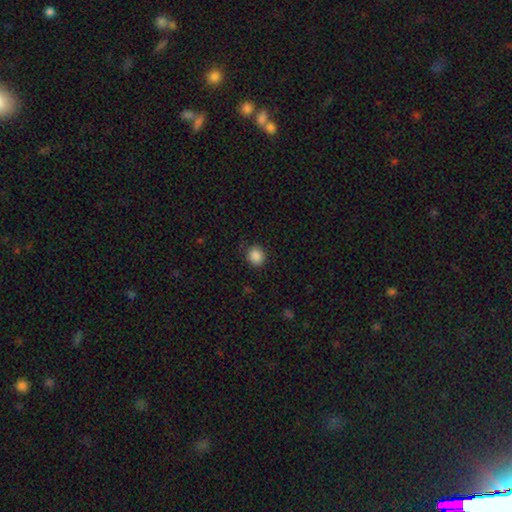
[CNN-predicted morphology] A smooth galaxy with no disk features (87%) that is round (82%).

Vote fractions:
- Smooth or featured? smooth: 87% / star or artifact: 9% / featured or disk: 3%
- How rounded? round: 82% / in between: 17% / cigar-shaped: 1%
- Merging? none: 85% / minor disturbance: 11% / major disturbance: 3% / merger: 1%